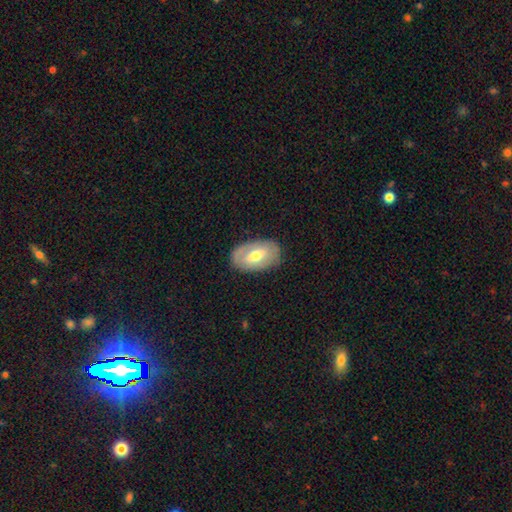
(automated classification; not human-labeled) This appears to be a smooth galaxy with no disk features (48%). Merging: none (83%).